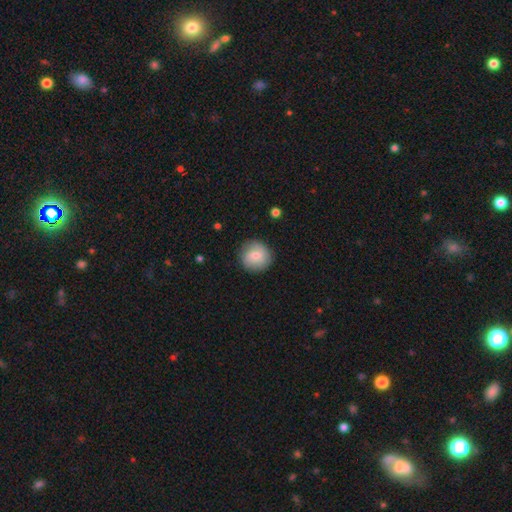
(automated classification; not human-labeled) Morphology: type=smooth (74%); roundness=round (91%); merging=none (86%).